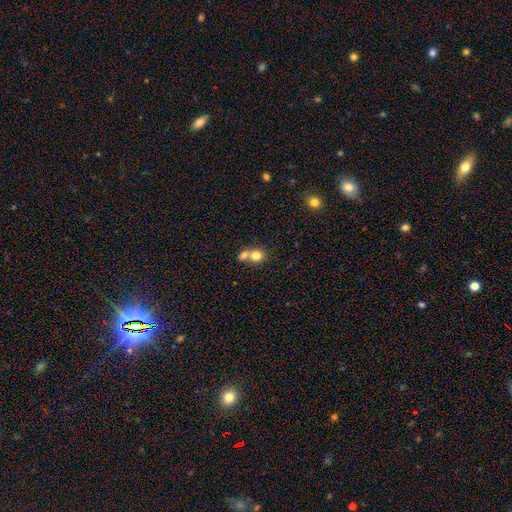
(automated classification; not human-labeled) This appears to be a smooth galaxy with no disk features (78%) that is round (70%). Merging: merger (57%).